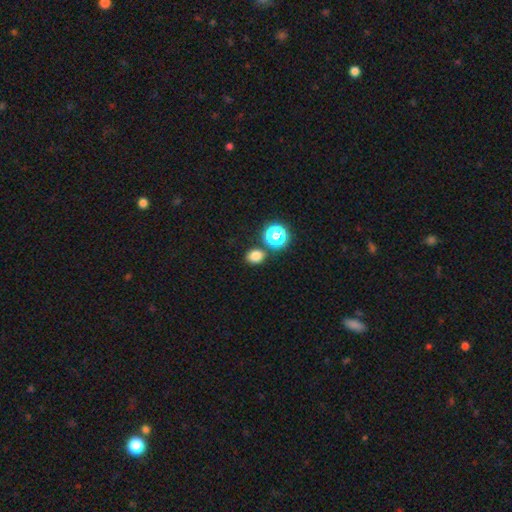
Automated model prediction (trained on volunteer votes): Overall: smooth (78%). How rounded: round (50%; in between 49%). Merging: none (78%).